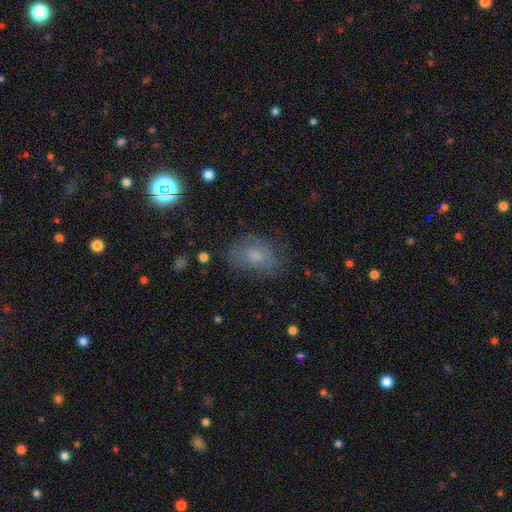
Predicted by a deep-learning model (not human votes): Smooth or featured? smooth (67%)
How rounded? in between (81%)
Merging? none (67%)